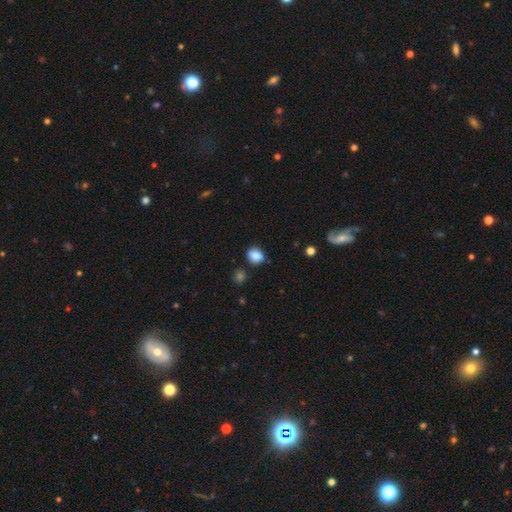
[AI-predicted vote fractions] A smooth galaxy with no disk features (86%) that is round (55%).

Vote fractions:
- Smooth or featured? smooth: 86% / star or artifact: 10% / featured or disk: 5%
- How rounded? round: 55% / in between: 44% / cigar-shaped: 1%
- Merging? none: 76% / minor disturbance: 16% / merger: 4% / major disturbance: 4%